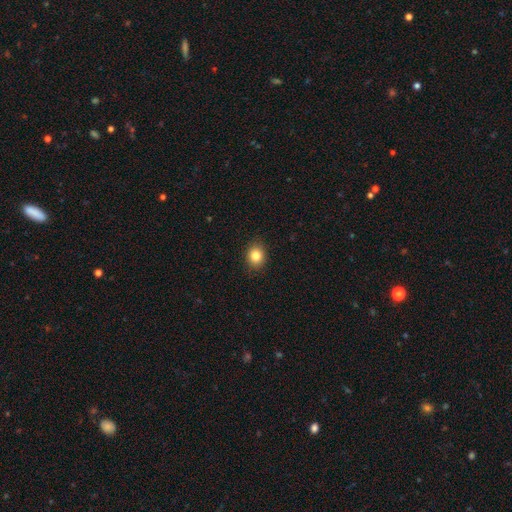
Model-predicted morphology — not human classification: Smooth or featured? smooth (84%)
How rounded? round (63%)
Merging? none (89%)